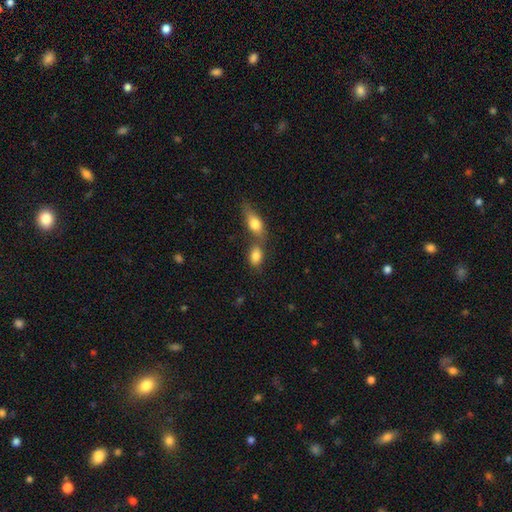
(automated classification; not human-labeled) smooth_or_featured: smooth (p=0.82) [alt: featured or disk p=0.10]
how_rounded: in between (p=0.84) [alt: round p=0.11]
merging: none (p=0.43) [alt: merger p=0.42]